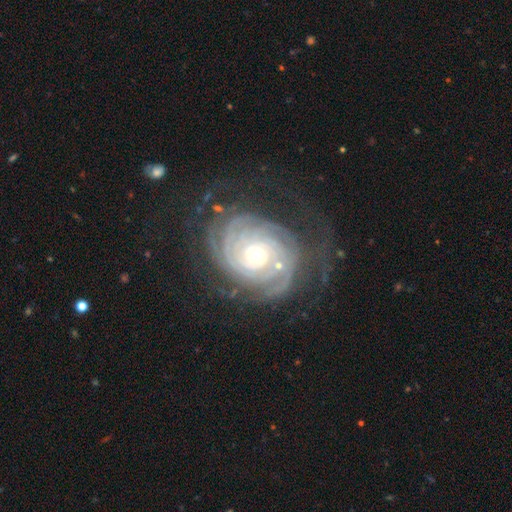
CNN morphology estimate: A featured or disk galaxy (89%) with no bar (77%), tight (82%) spiral arms (98%) and a small central bulge (65%). Merging: none (63%).